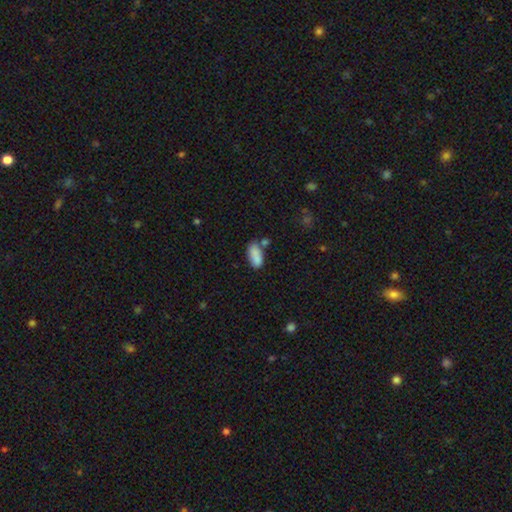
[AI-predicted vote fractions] Smooth or featured?
  - smooth: 85% *
  - featured or disk: 8%
  - star or artifact: 8%
How rounded?
  - in between: 89% *
  - cigar-shaped: 8%
  - round: 3%
Merging?
  - none: 55% *
  - merger: 21%
  - minor disturbance: 18%
  - major disturbance: 5%